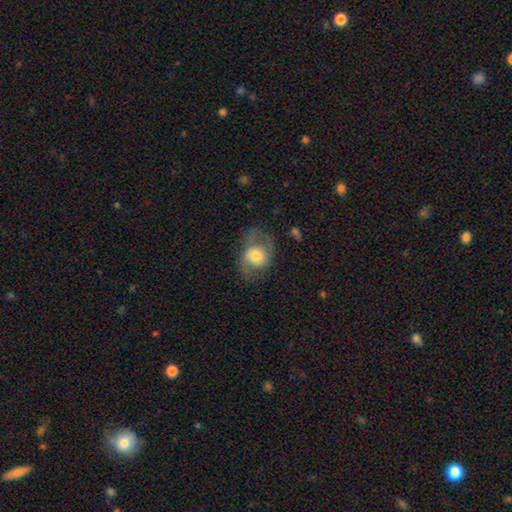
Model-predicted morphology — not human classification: smooth-or-featured: smooth: 50% | featured or disk: 42% | star or artifact: 8%
  how-rounded: in between: 54% | round: 45% | cigar-shaped: 1%
  merging: none: 58% | minor disturbance: 23% | major disturbance: 18% | merger: 2%